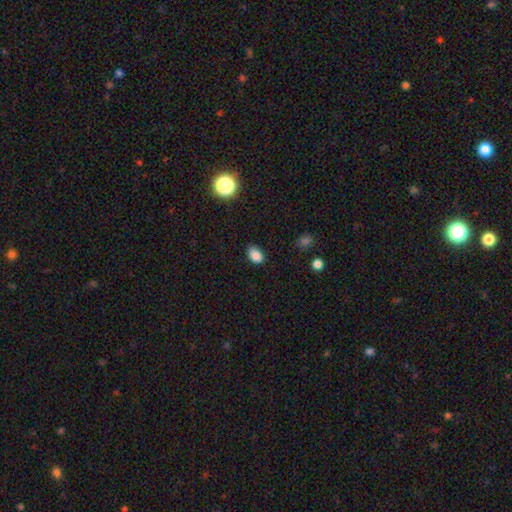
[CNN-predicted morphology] This appears to be a smooth galaxy with no disk features (86%) that is in between round and cigar-shaped (84%). Merging: none (79%).